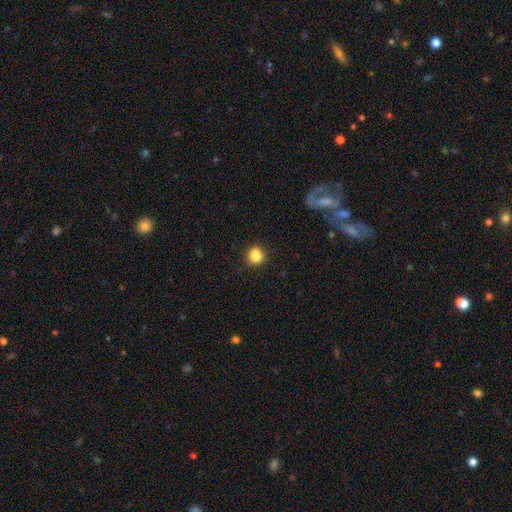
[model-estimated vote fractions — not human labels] Morphology: type=smooth (85%); roundness=round (79%); merging=none (84%).